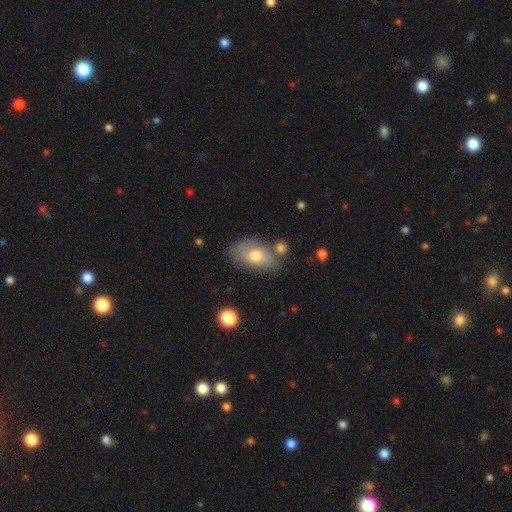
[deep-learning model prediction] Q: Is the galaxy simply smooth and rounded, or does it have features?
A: smooth — 69%.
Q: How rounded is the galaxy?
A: in between — 89%.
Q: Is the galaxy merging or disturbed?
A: none — 58%.